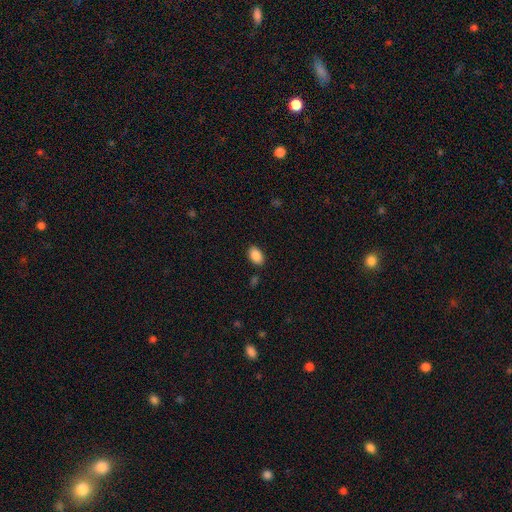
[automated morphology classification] A smooth galaxy with no disk features (89%) that is in between round and cigar-shaped (91%).

Vote fractions:
- Smooth or featured? smooth: 89% / star or artifact: 8% / featured or disk: 4%
- How rounded? in between: 91% / round: 7% / cigar-shaped: 1%
- Merging? none: 86% / minor disturbance: 9% / major disturbance: 2% / merger: 2%